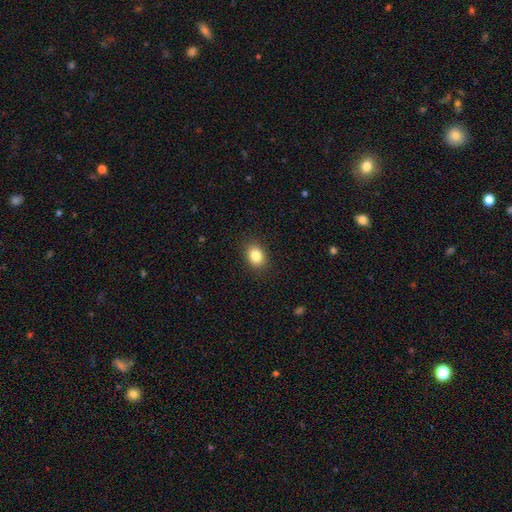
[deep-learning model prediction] Overall: smooth (84%). How rounded: in between (61%; round 38%). Merging: none (88%).